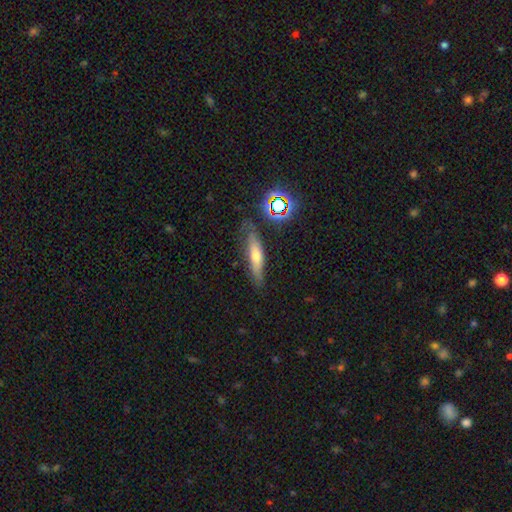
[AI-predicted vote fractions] A smooth galaxy with no disk features (51%) that is cigar-shaped (73%). Merging: none (71%).